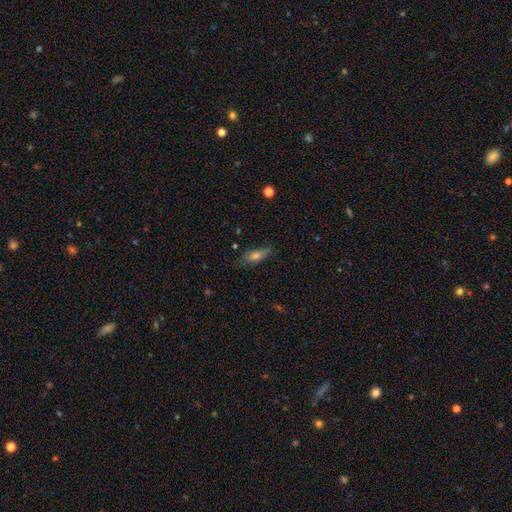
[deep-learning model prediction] Smooth or featured? Predicted: smooth (p=0.59). How rounded? Predicted: in between (p=0.61). Merging? Predicted: none (p=0.65).